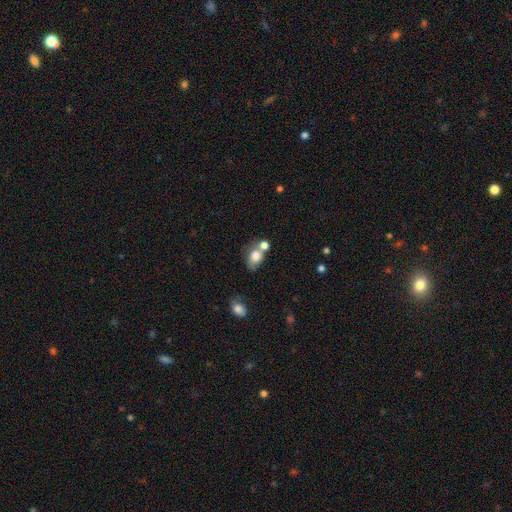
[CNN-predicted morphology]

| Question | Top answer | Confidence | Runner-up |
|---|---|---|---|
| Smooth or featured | smooth | 74% | featured or disk (16%) |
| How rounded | in between | 59% | round (40%) |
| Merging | merger | 39% | none (37%) |